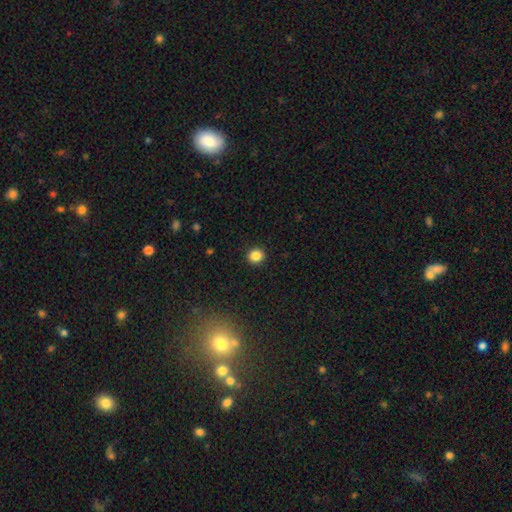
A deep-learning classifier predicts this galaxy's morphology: This is clearly a smooth galaxy (85%). How rounded: clearly round (87%). Merging: clearly none (92%).